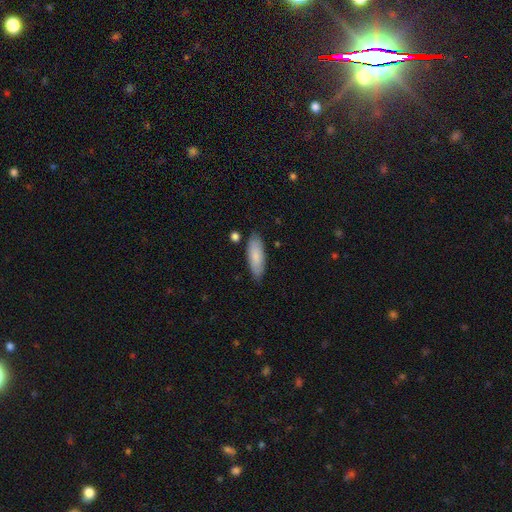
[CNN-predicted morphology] Q: Smooth or featured?
A: smooth (83%); runner-up: featured or disk (11%)
Q: How rounded?
A: in between (65%); runner-up: cigar-shaped (34%)
Q: Merging?
A: none (82%); runner-up: minor disturbance (13%)